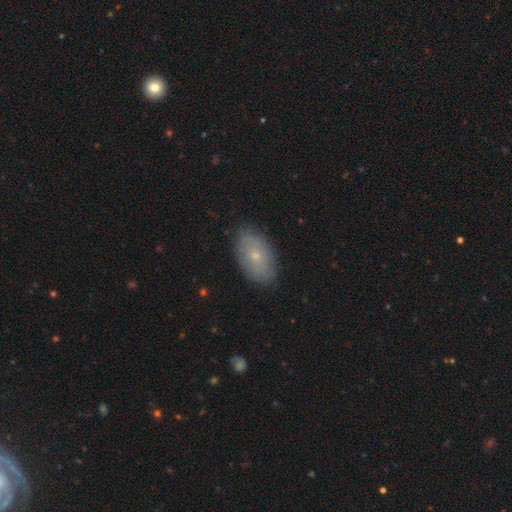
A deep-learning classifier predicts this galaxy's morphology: A smooth galaxy with no disk features (65%) that is in between round and cigar-shaped (92%). Merging: none (84%).